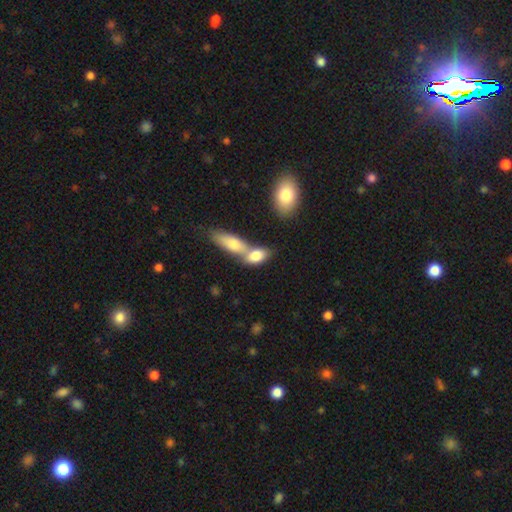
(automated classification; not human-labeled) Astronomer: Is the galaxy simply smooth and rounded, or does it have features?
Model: smooth — 78%.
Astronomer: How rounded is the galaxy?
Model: in between — 81%.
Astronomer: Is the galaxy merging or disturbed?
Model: merger — 59%.